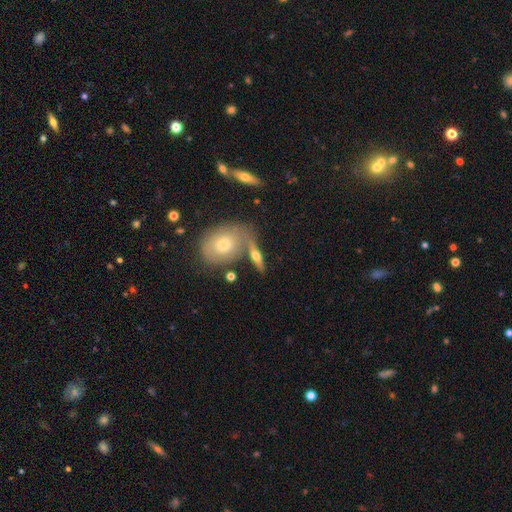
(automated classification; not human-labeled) smooth-or-featured: featured or disk: 49% | smooth: 43% | star or artifact: 8%
  merging: none: 62% | merger: 20% | minor disturbance: 13% | major disturbance: 6%